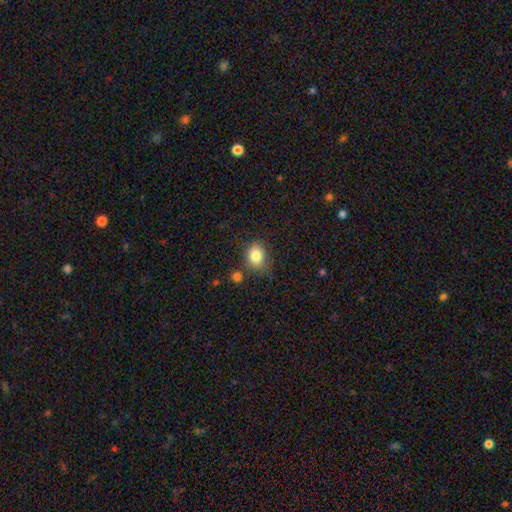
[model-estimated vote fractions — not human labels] This appears to be a smooth galaxy with no disk features (83%) that is in between round and cigar-shaped (50%). Merging: none (69%).